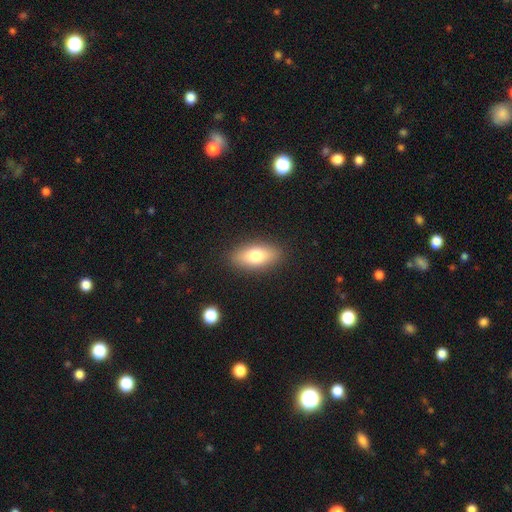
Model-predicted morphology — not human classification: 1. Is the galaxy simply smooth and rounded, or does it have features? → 75% smooth, 17% featured or disk, 7% star or artifact.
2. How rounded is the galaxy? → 83% in between, 12% cigar-shaped, 4% round.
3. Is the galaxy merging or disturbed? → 88% none, 8% minor disturbance, 2% major disturbance, 1% merger.